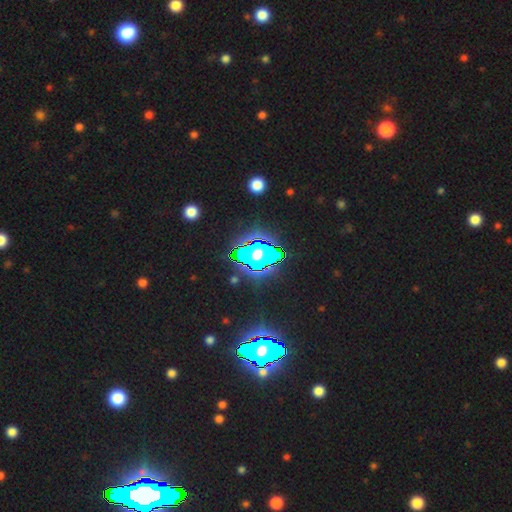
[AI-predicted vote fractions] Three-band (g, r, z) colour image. It shows a star or artifact, not a galaxy (84%).